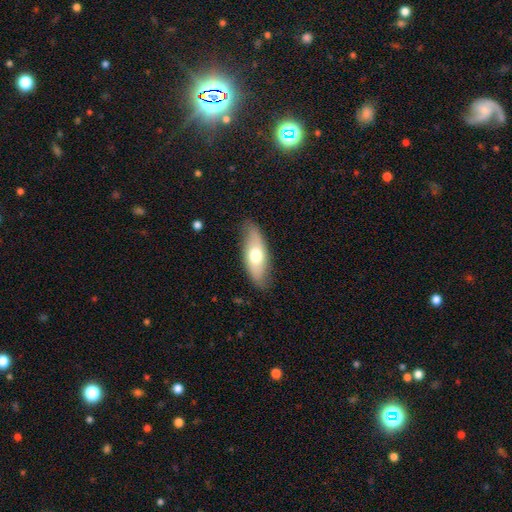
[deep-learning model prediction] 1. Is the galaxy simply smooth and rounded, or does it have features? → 61% smooth, 33% featured or disk, 6% star or artifact.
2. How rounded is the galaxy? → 73% in between, 24% cigar-shaped, 3% round.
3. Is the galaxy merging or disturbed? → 81% none, 15% minor disturbance, 3% major disturbance, 1% merger.